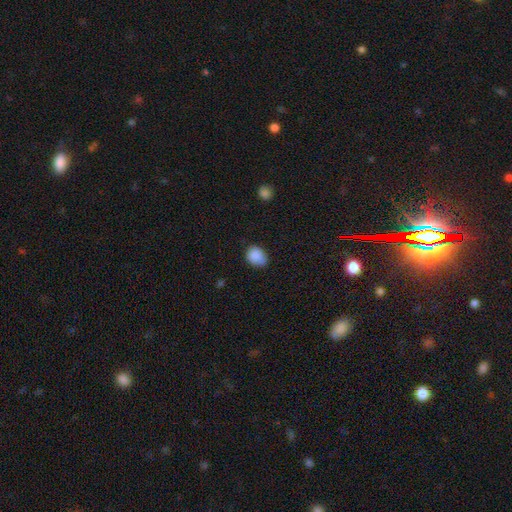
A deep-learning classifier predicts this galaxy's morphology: smooth_or_featured: smooth (p=0.88) [alt: star or artifact p=0.08]
how_rounded: in between (p=0.53) [alt: round p=0.46]
merging: none (p=0.71) [alt: minor disturbance p=0.24]